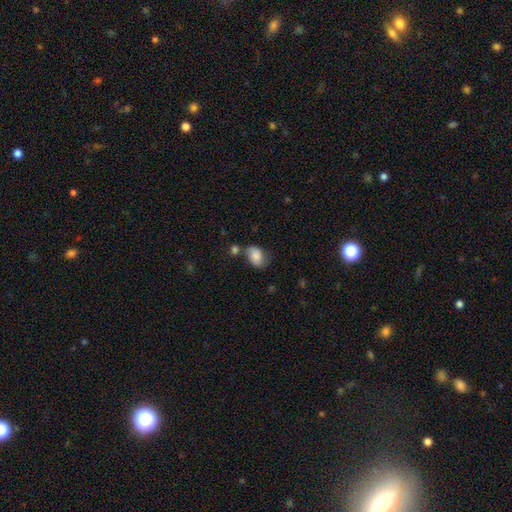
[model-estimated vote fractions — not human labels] A smooth galaxy with no disk features (78%) that is in between round and cigar-shaped (77%).

Vote fractions:
- Smooth or featured? smooth: 78% / featured or disk: 14% / star or artifact: 8%
- How rounded? in between: 77% / round: 22% / cigar-shaped: 1%
- Merging? none: 48% / minor disturbance: 26% / merger: 17% / major disturbance: 9%